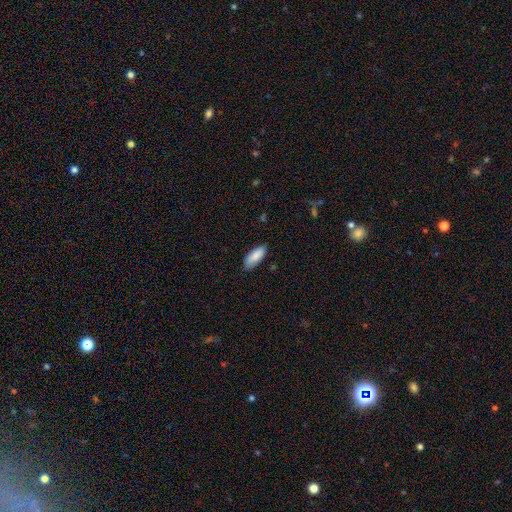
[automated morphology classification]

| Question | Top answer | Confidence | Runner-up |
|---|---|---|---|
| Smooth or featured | smooth | 87% | featured or disk (7%) |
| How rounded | in between | 81% | cigar-shaped (17%) |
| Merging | none | 79% | minor disturbance (17%) |